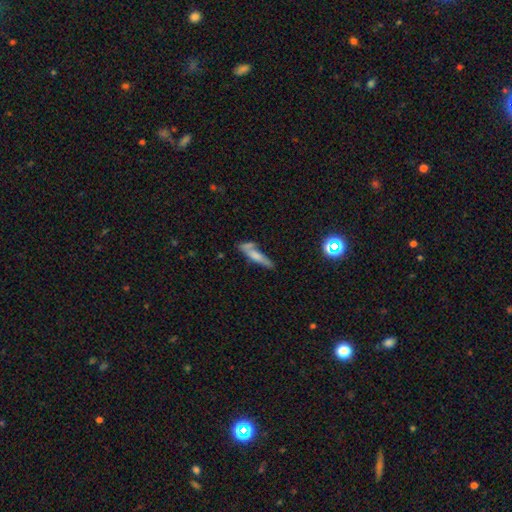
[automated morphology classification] Smooth or featured?
  - smooth: 58% *
  - featured or disk: 34%
  - star or artifact: 9%
How rounded?
  - cigar-shaped: 78% *
  - in between: 20%
  - round: 2%
Merging?
  - none: 52% *
  - minor disturbance: 23%
  - merger: 16%
  - major disturbance: 9%